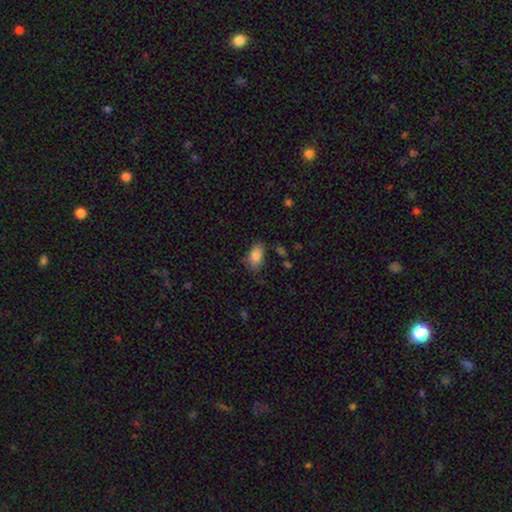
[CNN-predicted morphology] smooth 86%, star or artifact 8%, featured or disk 7%. Down the decision tree: how rounded — in between (91%); merging — none (74%).